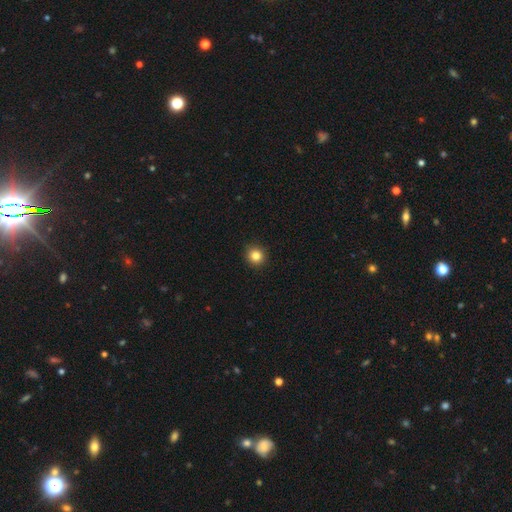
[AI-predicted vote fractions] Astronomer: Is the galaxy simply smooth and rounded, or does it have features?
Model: smooth — 85%.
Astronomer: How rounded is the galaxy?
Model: round — 93%.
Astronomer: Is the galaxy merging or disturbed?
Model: none — 92%.